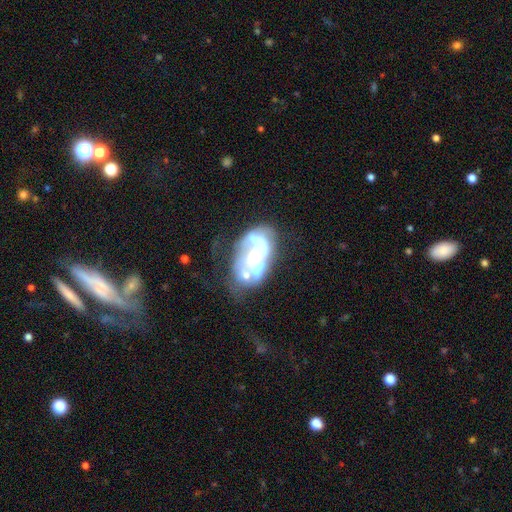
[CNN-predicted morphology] smooth-or-featured: featured or disk: 74% | smooth: 18% | star or artifact: 8%
  disk-edge-on: no: 97% | yes: 3%
    bar: no: 68% | weak: 23% | strong: 10%
    has-spiral-arms: no: 51% | yes: 49%
    bulge-size: moderate: 45% | small: 28% | none: 14% | large: 11% | dominant: 2%
  merging: major disturbance: 28% | none: 27% | merger: 27% | minor disturbance: 19%